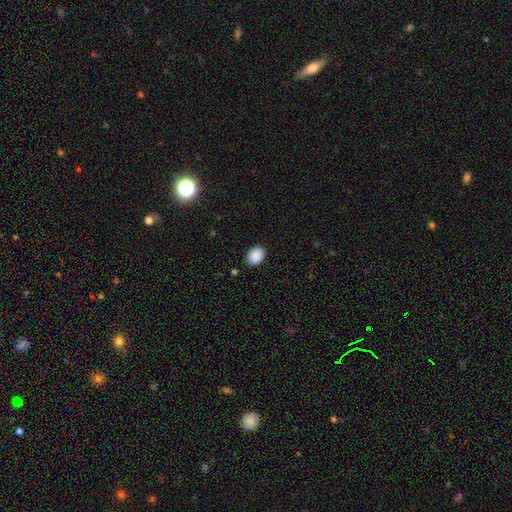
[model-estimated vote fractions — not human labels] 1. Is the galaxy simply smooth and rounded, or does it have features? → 89% smooth, 8% star or artifact, 3% featured or disk.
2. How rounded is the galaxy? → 66% in between, 33% round, 1% cigar-shaped.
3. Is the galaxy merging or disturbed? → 88% none, 9% minor disturbance, 2% major disturbance, 1% merger.